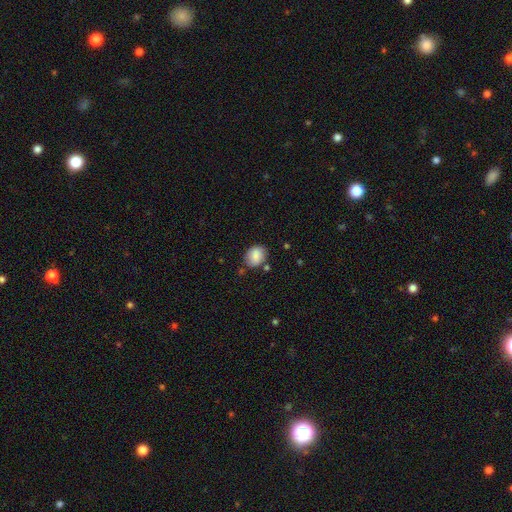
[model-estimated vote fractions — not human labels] This appears to be a smooth galaxy with no disk features (83%) that is round (53%). Merging: none (77%).